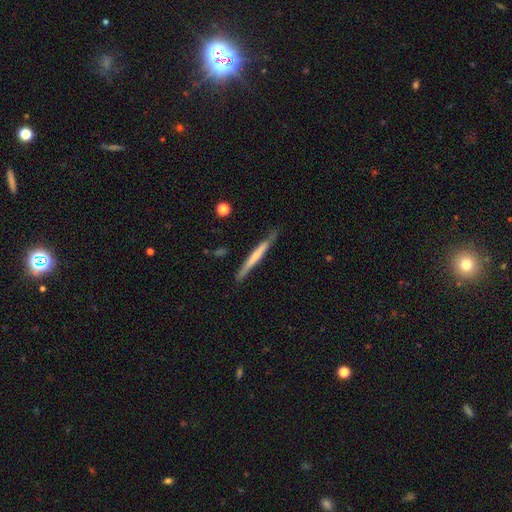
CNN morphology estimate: The model was most divided on "smooth or featured": smooth: 50%, featured or disk: 45%, star or artifact: 5%. More confident: merging — none (80%).